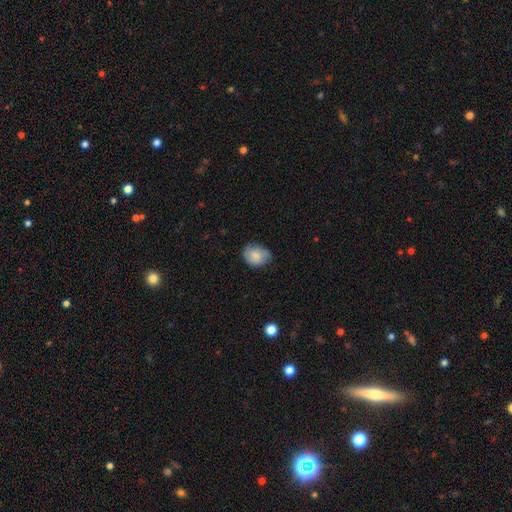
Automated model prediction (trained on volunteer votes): The model was most divided on "how rounded": in between: 51%, round: 48%, cigar-shaped: 1%. More confident: smooth or featured — smooth (73%); merging — none (66%).